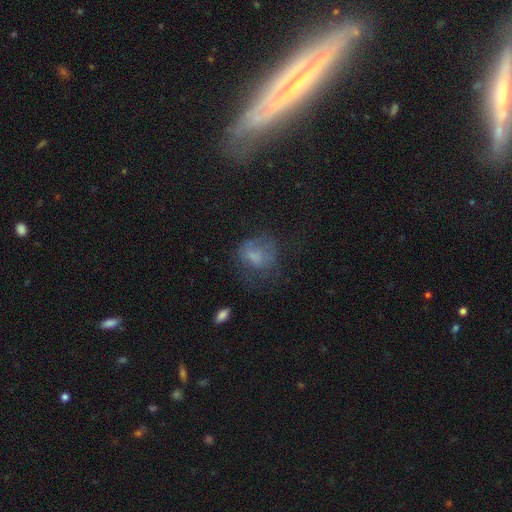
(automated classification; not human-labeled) Smooth or featured?
  - smooth: 55% *
  - featured or disk: 28%
  - star or artifact: 17%
How rounded?
  - round: 52% *
  - in between: 46%
  - cigar-shaped: 2%
Merging?
  - none: 42% *
  - major disturbance: 32%
  - minor disturbance: 23%
  - merger: 3%